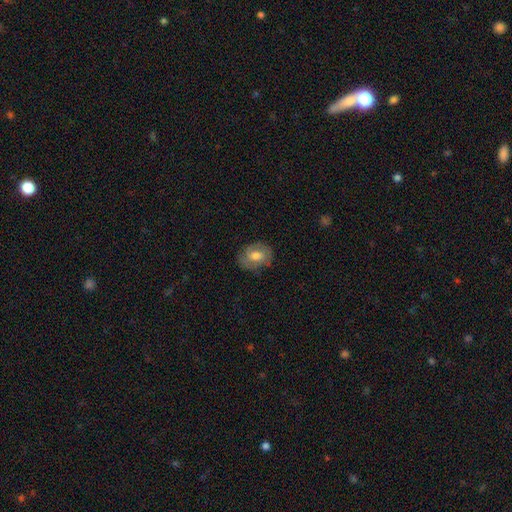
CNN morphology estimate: smooth-or-featured: smooth: 50% | featured or disk: 42% | star or artifact: 8%
  how-rounded: in between: 62% | round: 37% | cigar-shaped: 1%
  merging: none: 75% | minor disturbance: 19% | major disturbance: 6% | merger: 1%